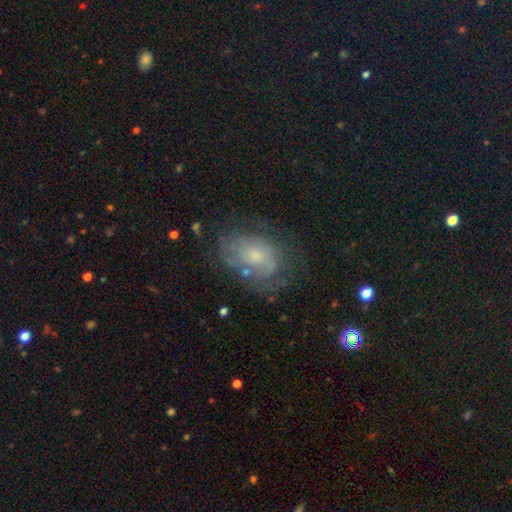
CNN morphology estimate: smooth_or_featured: featured or disk (p=0.53) [alt: smooth p=0.38]
disk_edge_on: no (p=0.96) [alt: yes p=0.04]
bar: no (p=0.78) [alt: weak p=0.19]
has_spiral_arms: yes (p=0.57) [alt: no p=0.43]
bulge_size: small (p=0.48) [alt: moderate p=0.38]
merging: none (p=0.56) [alt: minor disturbance p=0.25]